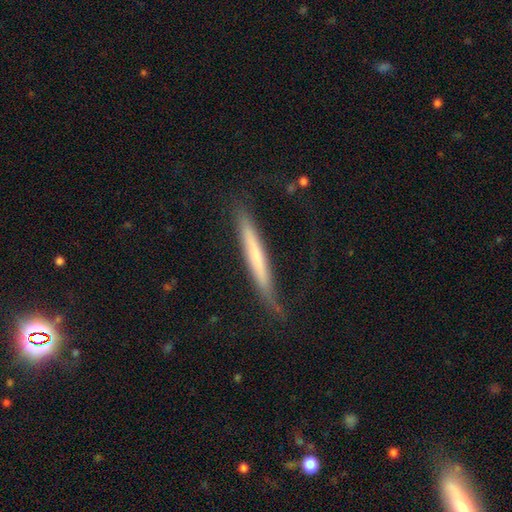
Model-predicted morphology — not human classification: Smooth or featured: smooth — 51% (featured or disk — 43%)
How rounded: cigar-shaped — 96% (in between — 3%)
Merging: none — 68% (minor disturbance — 23%)